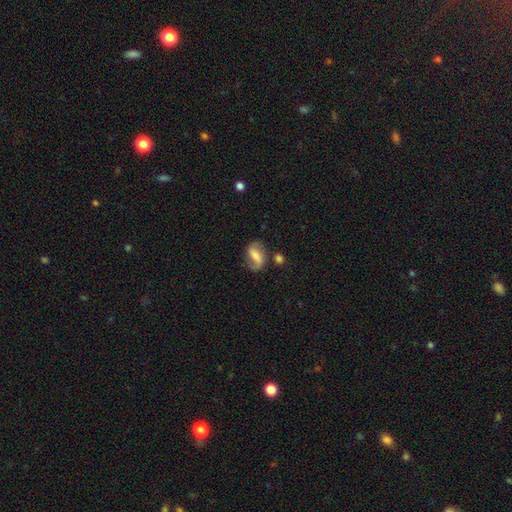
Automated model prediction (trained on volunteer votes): A featured or disk galaxy (55%) with a strong bar (49%), spiral arms (82%) and no central bulge (36%).

Vote fractions:
- Smooth or featured? featured or disk: 55% / smooth: 36% / star or artifact: 9%
- Edge-on disk? no: 95% / yes: 5%
- Bar? strong: 49% / weak: 32% / no: 19%
- Spiral arms? yes: 82% / no: 18%
- Bulge size? none: 36% / moderate: 23% / small: 21% / large: 15% / dominant: 4%
- Merging? none: 57% / minor disturbance: 22% / major disturbance: 13% / merger: 7%